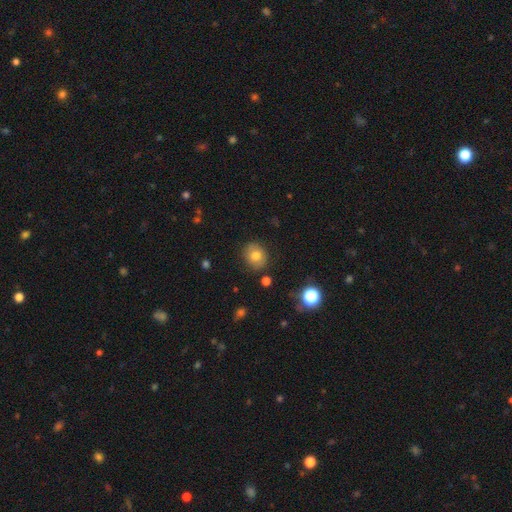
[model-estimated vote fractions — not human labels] Q: Smooth or featured?
A: smooth (75%); runner-up: featured or disk (14%)
Q: How rounded?
A: round (71%); runner-up: in between (28%)
Q: Merging?
A: none (84%); runner-up: minor disturbance (11%)